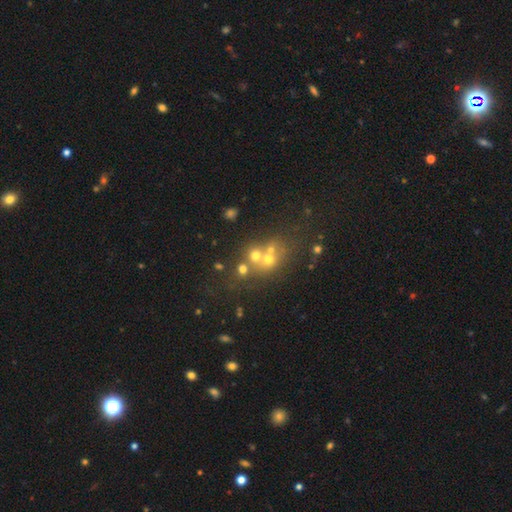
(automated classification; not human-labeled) Overall: smooth (53%; star or artifact 25%). How rounded: round (77%). Merging: none (43%; merger 42%).